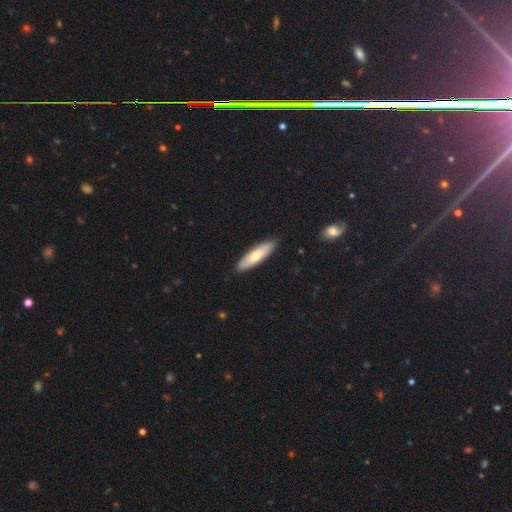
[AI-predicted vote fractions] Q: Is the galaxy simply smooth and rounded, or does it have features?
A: smooth — 66%.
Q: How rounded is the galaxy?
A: cigar-shaped — 67%.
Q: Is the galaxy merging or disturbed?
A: none — 89%.